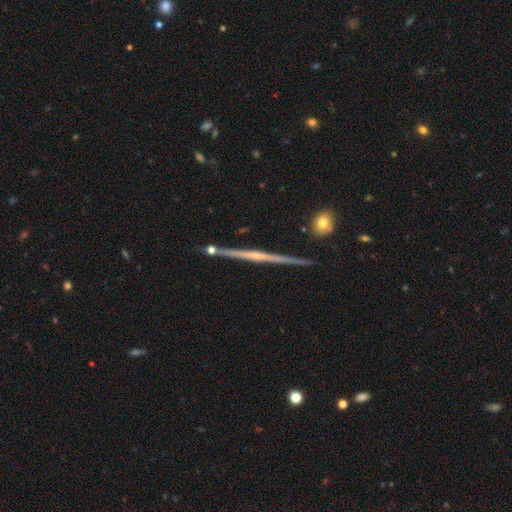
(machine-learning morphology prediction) featured or disk 78%, smooth 16%, star or artifact 6%. Down the decision tree: edge-on disk — yes (98%); edge-on bulge — none (55%); merging — none (89%).